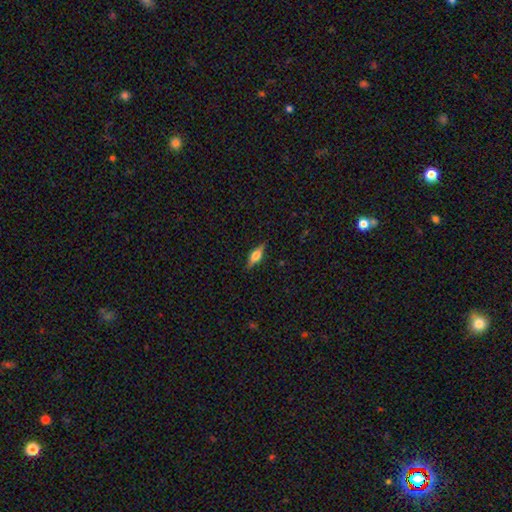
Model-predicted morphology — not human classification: Smooth or featured?
  - smooth: 48% *
  - featured or disk: 44%
  - star or artifact: 8%
Merging?
  - none: 86% *
  - minor disturbance: 11%
  - major disturbance: 2%
  - merger: 1%